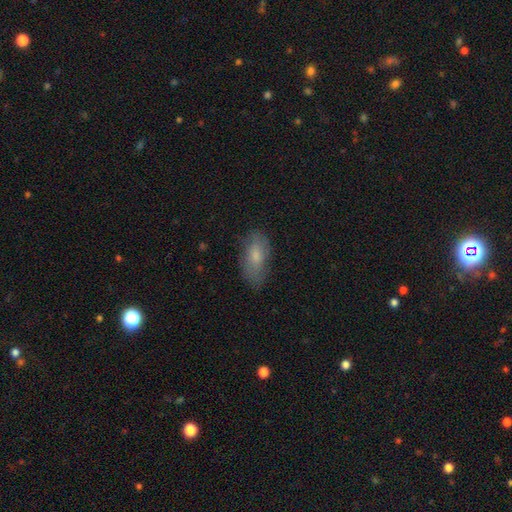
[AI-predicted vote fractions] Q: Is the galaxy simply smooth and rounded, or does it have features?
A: smooth — 71%.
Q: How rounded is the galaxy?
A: in between — 85%.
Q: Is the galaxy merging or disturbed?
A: none — 71%.